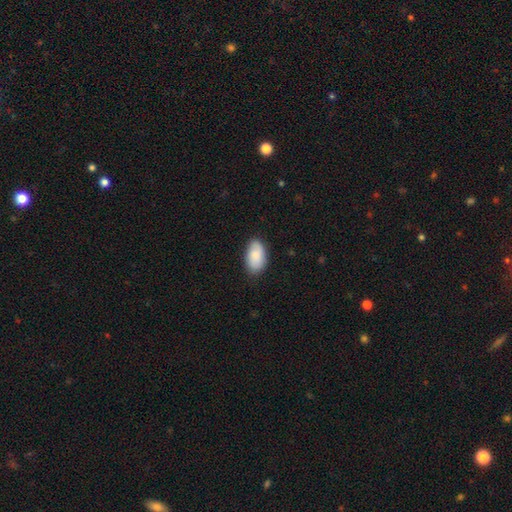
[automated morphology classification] smooth 84%, featured or disk 10%, star or artifact 6%. Down the decision tree: how rounded — in between (94%); merging — none (82%).